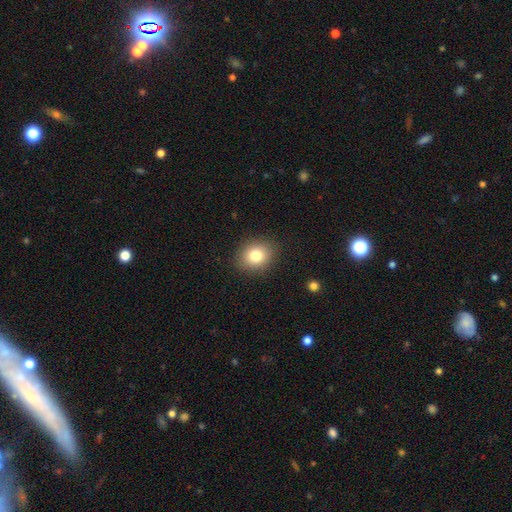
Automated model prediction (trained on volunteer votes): Q: Smooth or featured?
A: smooth (81%); runner-up: star or artifact (10%)
Q: How rounded?
A: round (57%); runner-up: in between (42%)
Q: Merging?
A: none (88%); runner-up: minor disturbance (8%)